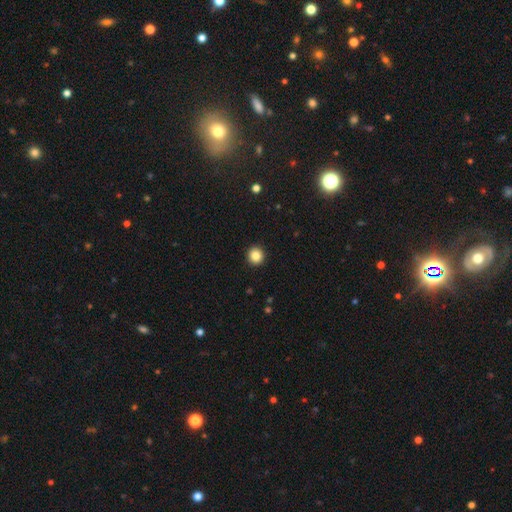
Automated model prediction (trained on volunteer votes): A smooth galaxy with no disk features (85%) that is round (93%). Merging: none (93%).